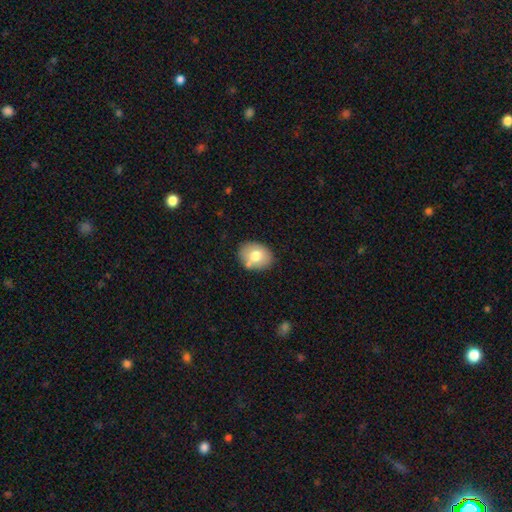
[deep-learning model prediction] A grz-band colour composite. It shows a smooth galaxy with no disk features (72%) that is in between round and cigar-shaped (56%). Merging: none (74%).